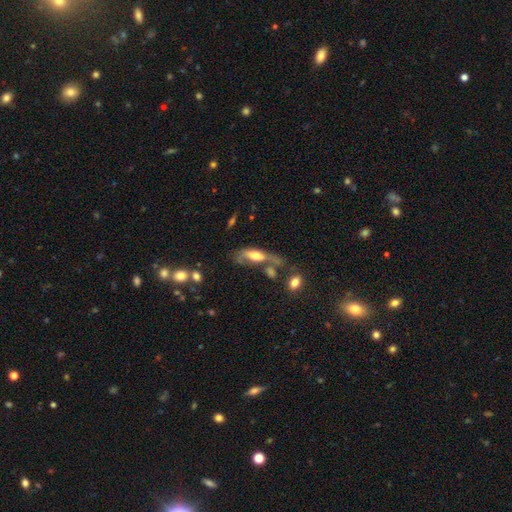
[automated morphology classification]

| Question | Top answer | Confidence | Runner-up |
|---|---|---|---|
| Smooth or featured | featured or disk | 48% | smooth (43%) |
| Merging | major disturbance | 28% | merger (27%) |